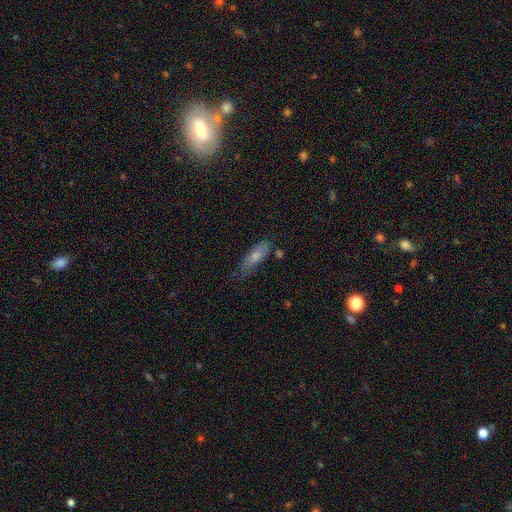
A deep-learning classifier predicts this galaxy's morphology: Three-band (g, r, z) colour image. It shows a smooth galaxy with no disk features (70%) that is cigar-shaped (49%). Merging: none (60%).